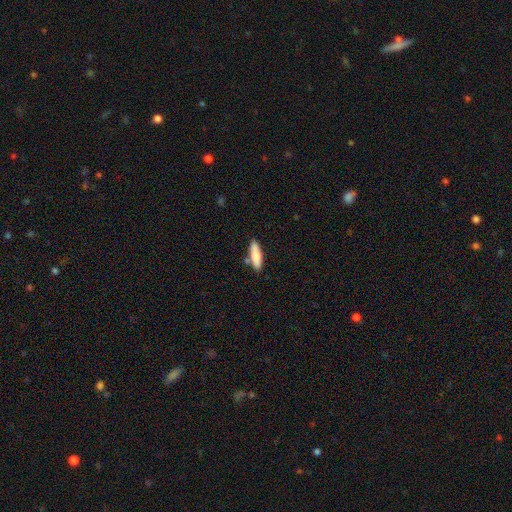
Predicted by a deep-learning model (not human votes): Overall: smooth (79%). How rounded: cigar-shaped (57%; in between 41%). Merging: none (77%).